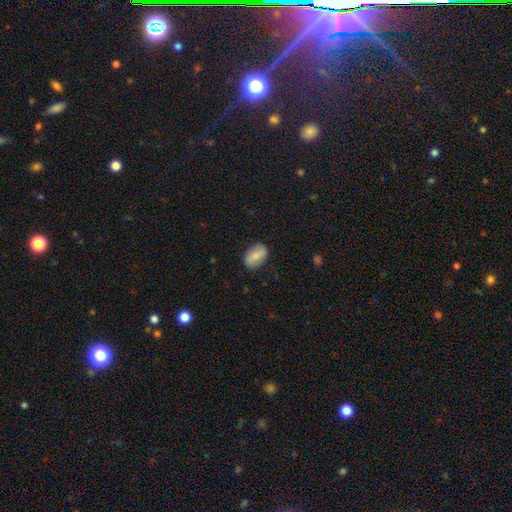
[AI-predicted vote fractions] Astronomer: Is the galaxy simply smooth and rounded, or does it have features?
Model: smooth — 67%.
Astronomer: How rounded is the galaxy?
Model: in between — 86%.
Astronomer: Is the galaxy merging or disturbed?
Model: none — 84%.